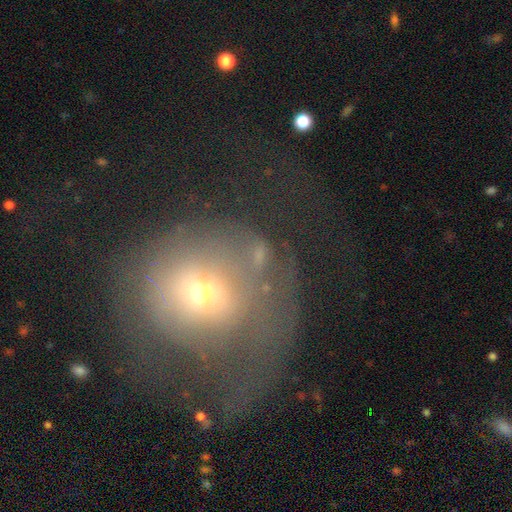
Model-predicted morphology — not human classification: This appears to be a smooth galaxy with no disk features (48%). Merging: major disturbance (42%).